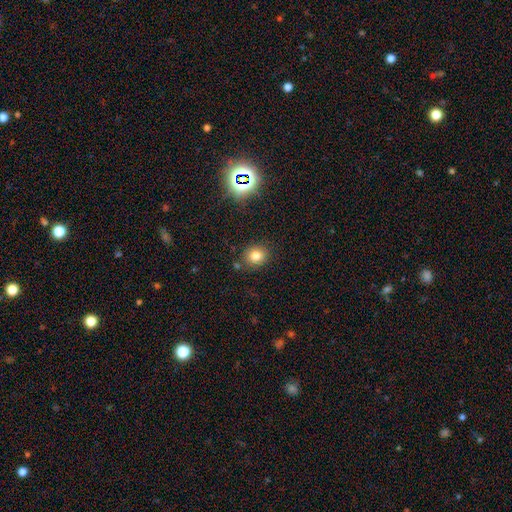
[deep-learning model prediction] This appears to be a smooth galaxy with no disk features (77%) that is round (73%). Merging: none (82%).